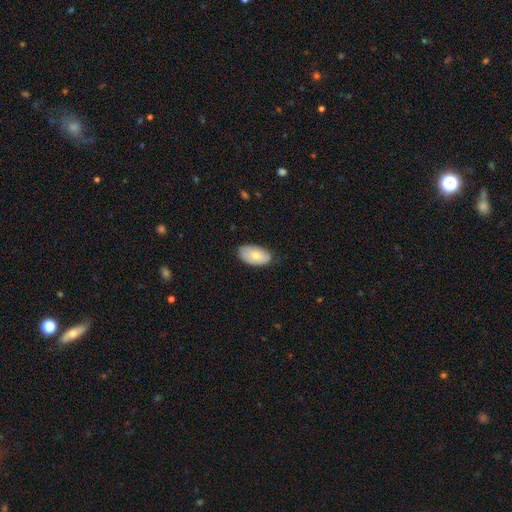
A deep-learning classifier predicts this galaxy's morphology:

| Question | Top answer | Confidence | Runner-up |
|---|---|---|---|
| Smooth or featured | smooth | 72% | featured or disk (22%) |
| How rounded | in between | 94% | round (4%) |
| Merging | none | 76% | minor disturbance (20%) |